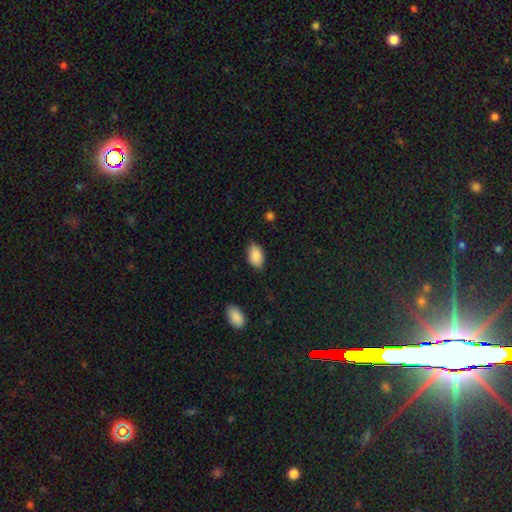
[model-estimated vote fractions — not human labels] smooth 89%, star or artifact 7%, featured or disk 5%. Down the decision tree: how rounded — in between (93%); merging — none (83%).